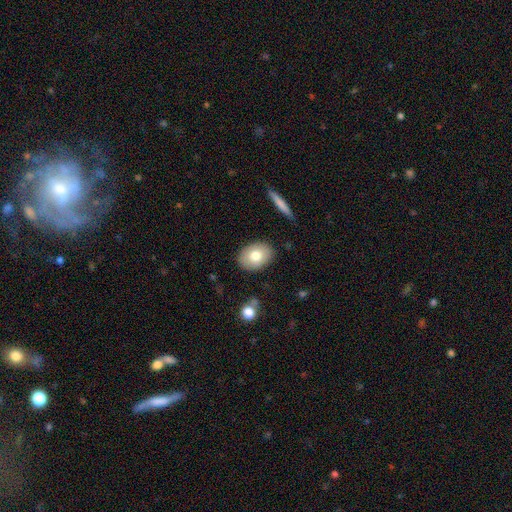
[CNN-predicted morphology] smooth_or_featured: smooth (p=0.76) [alt: featured or disk p=0.17]
how_rounded: in between (p=0.77) [alt: round p=0.22]
merging: none (p=0.87) [alt: minor disturbance p=0.09]